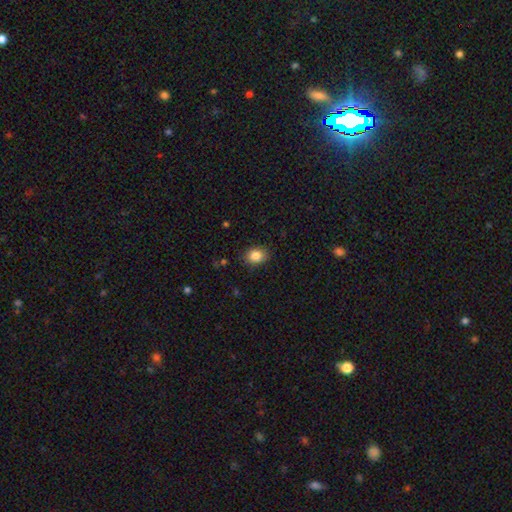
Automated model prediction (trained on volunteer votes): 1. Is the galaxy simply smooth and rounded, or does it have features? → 86% smooth, 9% star or artifact, 5% featured or disk.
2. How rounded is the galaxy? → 57% in between, 42% round, 1% cigar-shaped.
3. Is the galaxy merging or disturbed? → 87% none, 9% minor disturbance, 2% major disturbance, 1% merger.